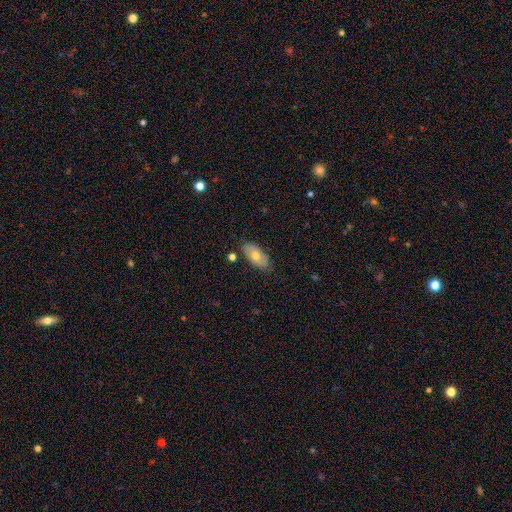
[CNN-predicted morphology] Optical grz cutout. It shows a smooth galaxy with no disk features (63%) that is in between round and cigar-shaped (90%). Merging: none (81%).